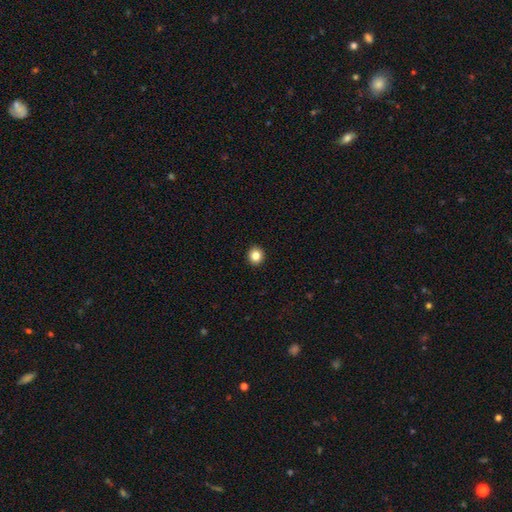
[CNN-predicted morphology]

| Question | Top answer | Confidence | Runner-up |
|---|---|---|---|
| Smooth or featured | smooth | 84% | star or artifact (11%) |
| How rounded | round | 91% | in between (8%) |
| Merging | none | 94% | minor disturbance (4%) |